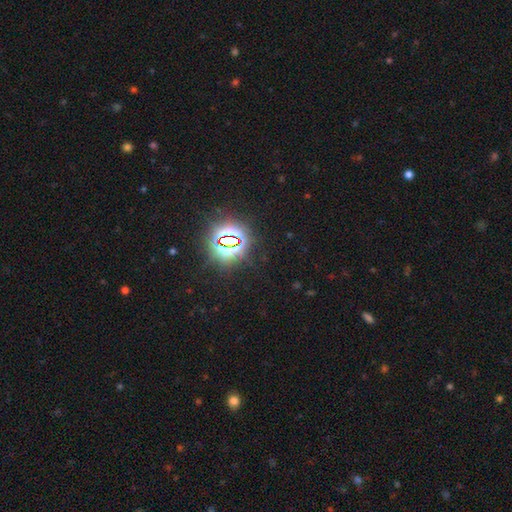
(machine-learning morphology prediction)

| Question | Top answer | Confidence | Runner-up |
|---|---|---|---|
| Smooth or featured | star or artifact | 84% | smooth (10%) |